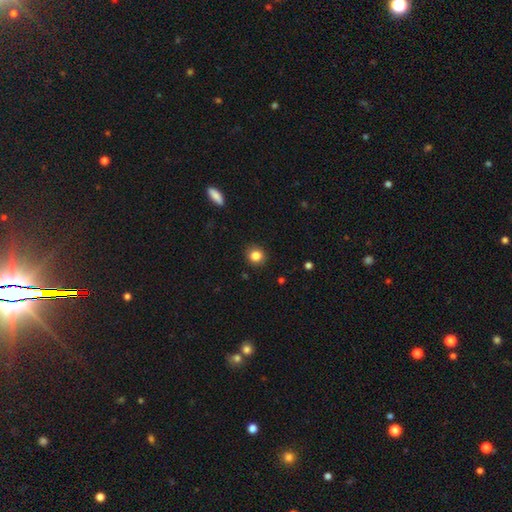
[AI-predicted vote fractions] smooth 84%, star or artifact 11%, featured or disk 5%. Down the decision tree: how rounded — round (88%); merging — none (90%).